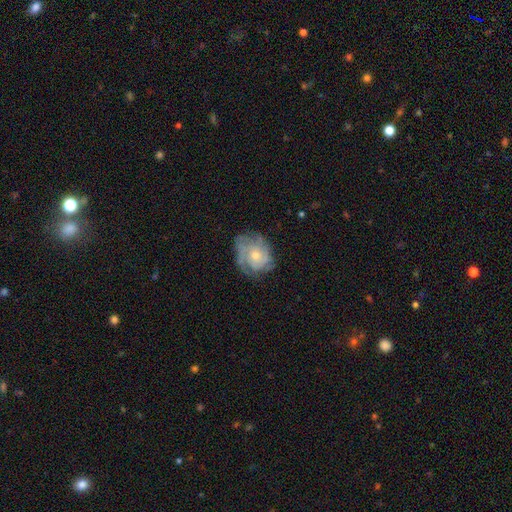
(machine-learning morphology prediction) type=featured or disk (72%); edge-on=no (97%); bar=no (82%); spiral arms=yes (86%); winding=tight (57%); arm count=can't tell (45%); bulge=moderate (47%); merging=none (63%).